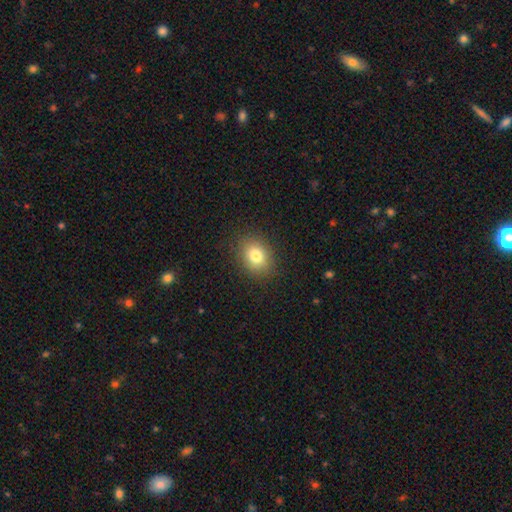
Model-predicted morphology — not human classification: Smooth or featured: smooth — 79% (star or artifact — 11%)
How rounded: in between — 55% (round — 44%)
Merging: none — 87% (minor disturbance — 9%)